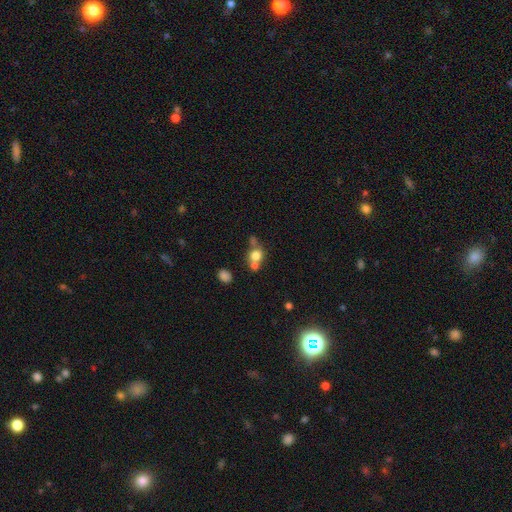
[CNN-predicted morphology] A smooth galaxy with no disk features (74%) that is round (77%).

Vote fractions:
- Smooth or featured? smooth: 74% / featured or disk: 13% / star or artifact: 12%
- How rounded? round: 77% / in between: 21% / cigar-shaped: 1%
- Merging? none: 43% / merger: 42% / minor disturbance: 10% / major disturbance: 5%